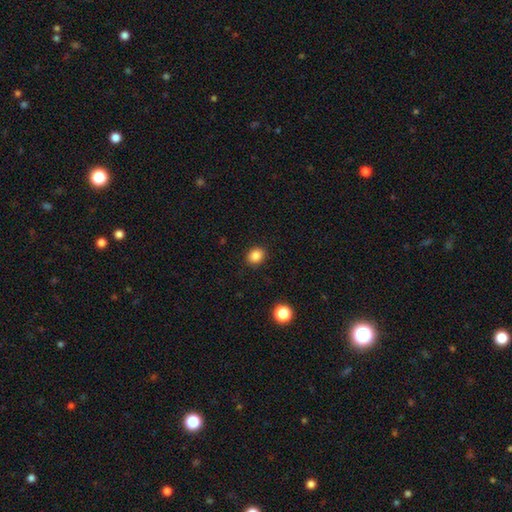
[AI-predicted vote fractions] This appears to be a smooth galaxy with no disk features (86%) that is round (67%). Merging: none (90%).